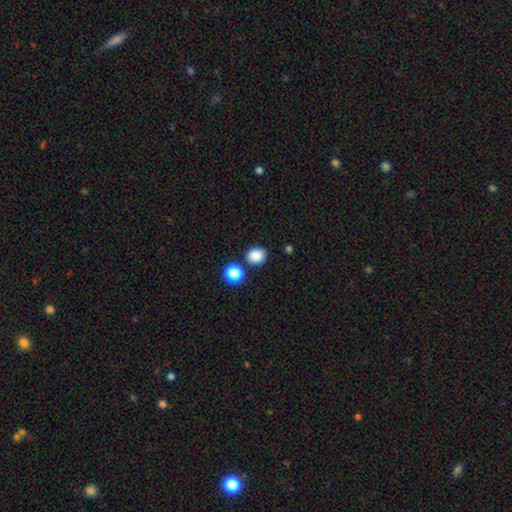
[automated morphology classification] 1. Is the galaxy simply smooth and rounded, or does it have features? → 85% smooth, 11% star or artifact, 4% featured or disk.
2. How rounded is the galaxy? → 65% round, 34% in between, 1% cigar-shaped.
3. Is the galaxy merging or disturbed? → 81% none, 10% minor disturbance, 7% merger, 3% major disturbance.